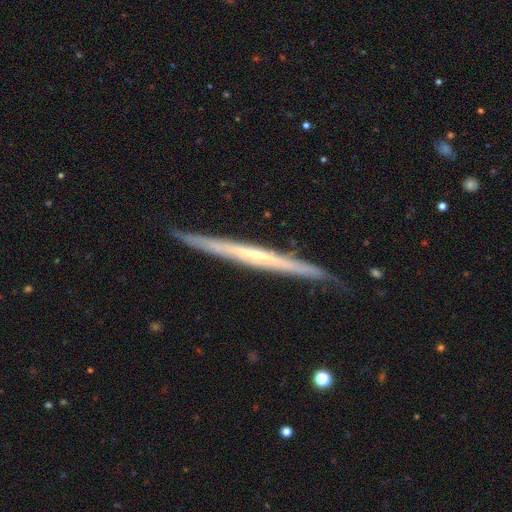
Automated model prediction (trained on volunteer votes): Smooth or featured? featured or disk (71%)
Edge-on disk? yes (97%)
Edge-on bulge? none (66%)
Merging? none (86%)